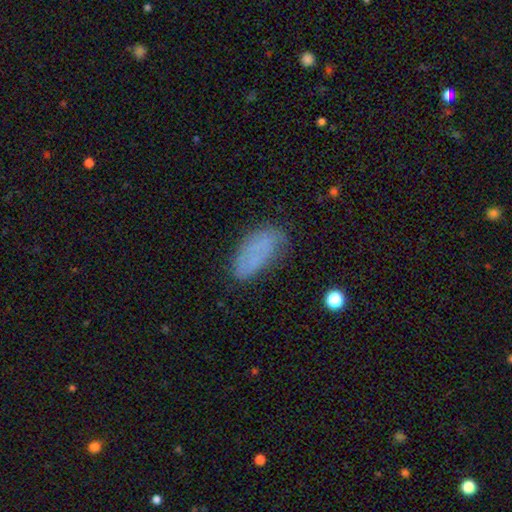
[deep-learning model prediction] A smooth galaxy with no disk features (70%) that is in between round and cigar-shaped (89%).

Vote fractions:
- Smooth or featured? smooth: 70% / featured or disk: 18% / star or artifact: 12%
- How rounded? in between: 89% / cigar-shaped: 8% / round: 3%
- Merging? none: 69% / minor disturbance: 21% / major disturbance: 7% / merger: 2%